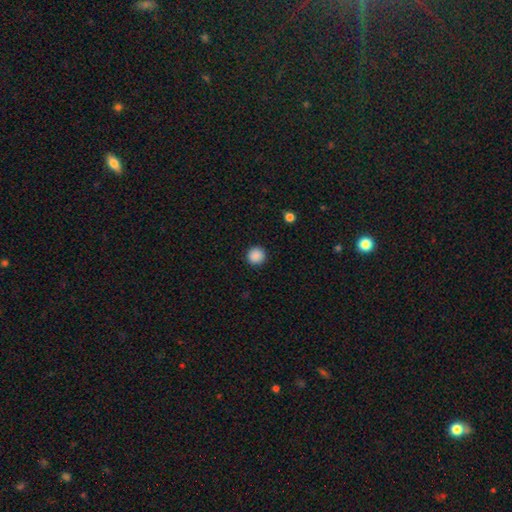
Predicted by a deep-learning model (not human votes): Smooth or featured? Predicted: smooth (p=0.88). How rounded? Predicted: round (p=0.94). Merging? Predicted: none (p=0.92).